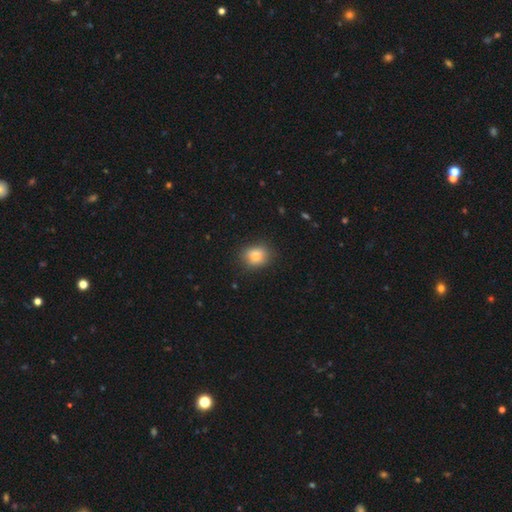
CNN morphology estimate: A smooth galaxy with no disk features (83%) that is round (55%). Merging: none (82%).